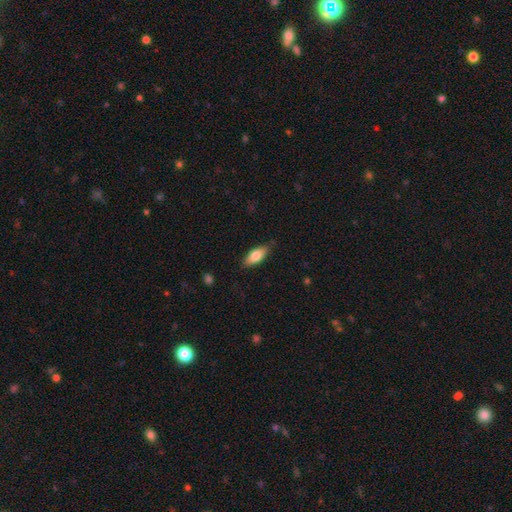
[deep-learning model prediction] smooth-or-featured: smooth: 75% | featured or disk: 19% | star or artifact: 6%
  how-rounded: in between: 77% | cigar-shaped: 21% | round: 2%
  merging: none: 83% | minor disturbance: 14% | major disturbance: 2% | merger: 1%